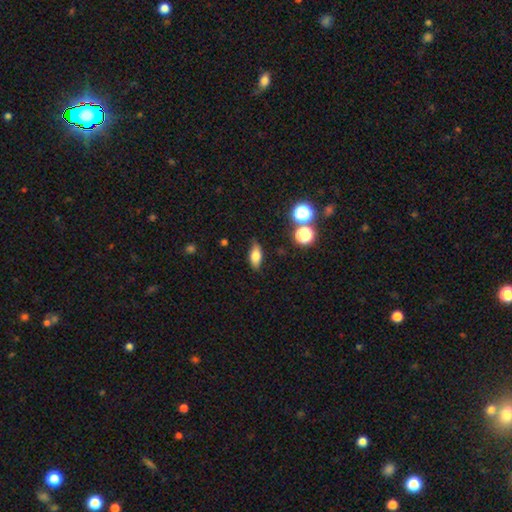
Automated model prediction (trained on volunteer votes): Morphology: type=smooth (72%); roundness=in between (76%); merging=none (79%).